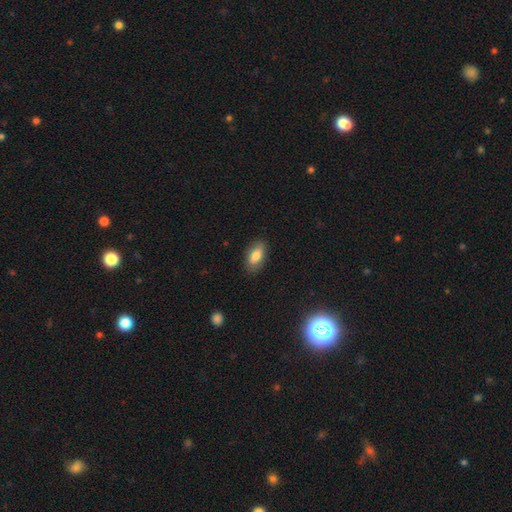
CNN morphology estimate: smooth_or_featured: smooth (p=0.81) [alt: featured or disk p=0.11]
how_rounded: in between (p=0.90) [alt: cigar-shaped p=0.06]
merging: none (p=0.84) [alt: minor disturbance p=0.12]